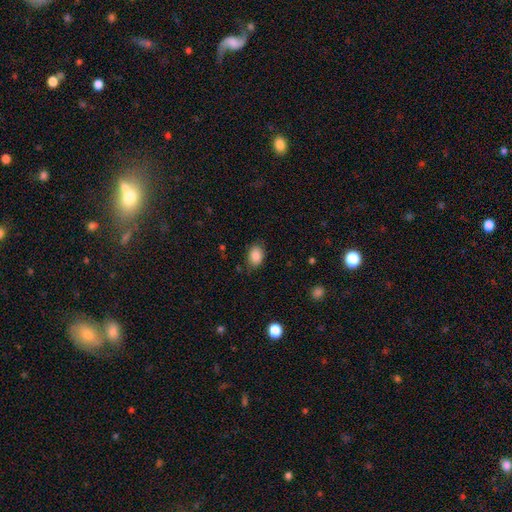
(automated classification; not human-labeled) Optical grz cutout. It shows a smooth galaxy with no disk features (88%) that is in between round and cigar-shaped (80%). Merging: none (82%).